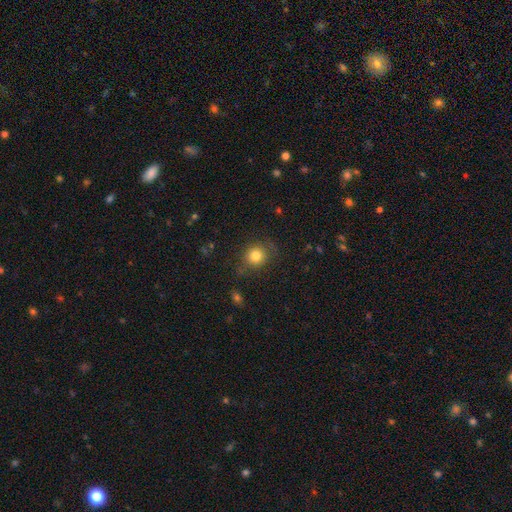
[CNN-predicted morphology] This is clearly a smooth galaxy (81%). How rounded: clearly round (83%). Merging: likely none (75%).